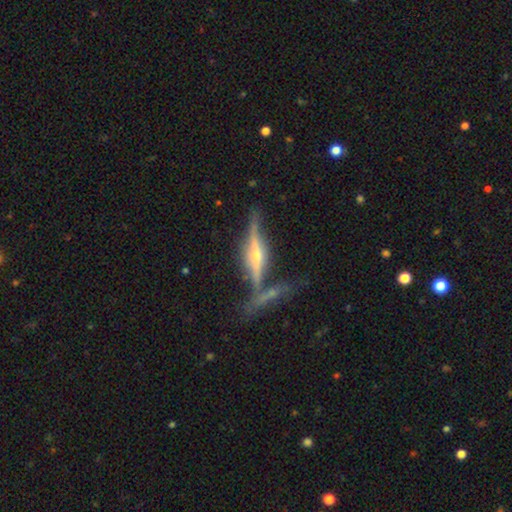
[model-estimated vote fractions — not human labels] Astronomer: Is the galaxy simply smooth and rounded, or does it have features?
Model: featured or disk — 82%.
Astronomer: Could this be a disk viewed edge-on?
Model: yes — 95%.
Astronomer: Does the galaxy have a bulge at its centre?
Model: rounded — 84%.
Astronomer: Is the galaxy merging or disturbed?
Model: none — 68%.